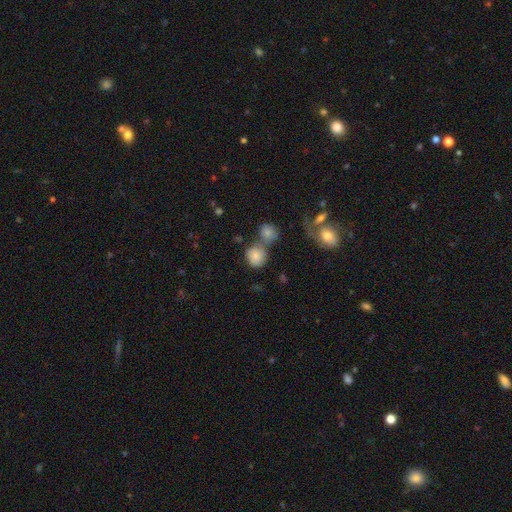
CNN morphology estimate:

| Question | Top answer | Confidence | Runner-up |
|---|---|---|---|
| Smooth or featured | smooth | 79% | featured or disk (12%) |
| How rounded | round | 79% | in between (19%) |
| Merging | none | 44% | merger (40%) |